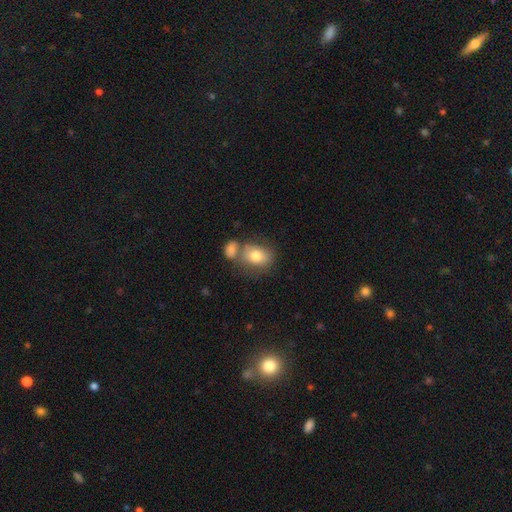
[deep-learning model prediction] Morphology: type=smooth (77%); roundness=in between (61%); merging=none (46%).